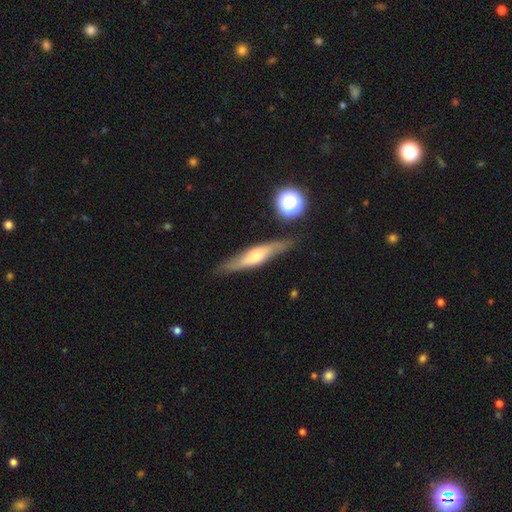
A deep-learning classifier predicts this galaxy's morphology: Overall: featured or disk (57%; smooth 34%). Edge-on disk: yes (84%). Merging: none (81%).